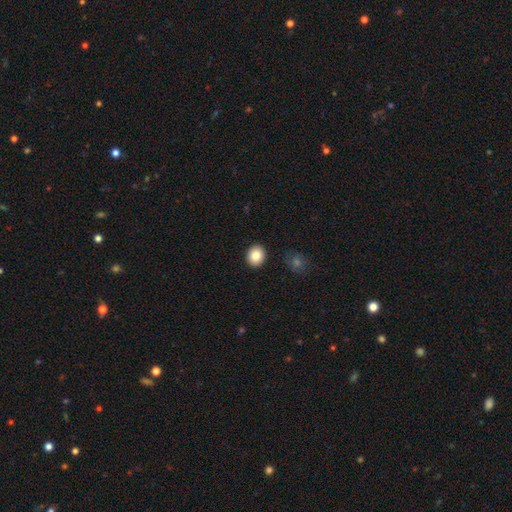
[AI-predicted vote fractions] This appears to be a smooth galaxy with no disk features (84%) that is round (67%). Merging: none (91%).